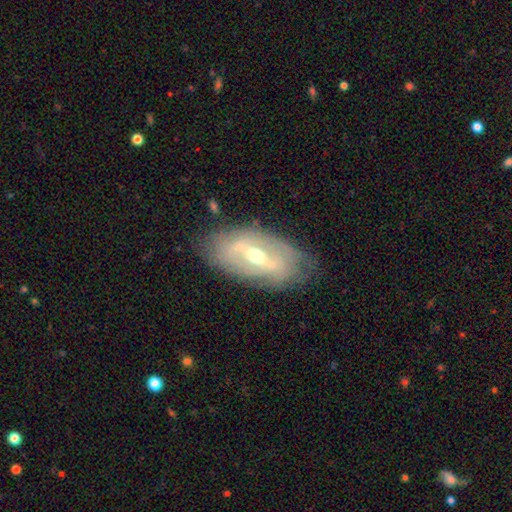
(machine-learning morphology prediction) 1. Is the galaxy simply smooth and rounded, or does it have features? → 77% featured or disk, 17% smooth, 6% star or artifact.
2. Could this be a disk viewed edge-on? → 89% no, 11% yes.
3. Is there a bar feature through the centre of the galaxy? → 51% strong, 35% weak, 14% no.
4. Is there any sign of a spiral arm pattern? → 60% yes, 40% no.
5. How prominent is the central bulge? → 69% moderate, 24% small, 5% large, 1% dominant, 1% none.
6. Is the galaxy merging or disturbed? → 75% none, 17% minor disturbance, 6% major disturbance, 1% merger.